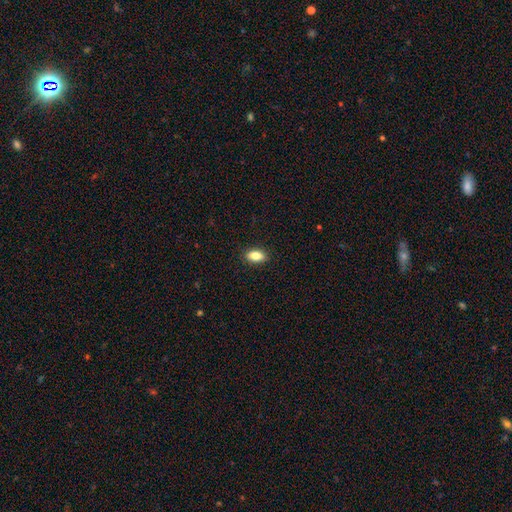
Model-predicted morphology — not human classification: type=smooth (83%); roundness=in between (87%); merging=none (89%).